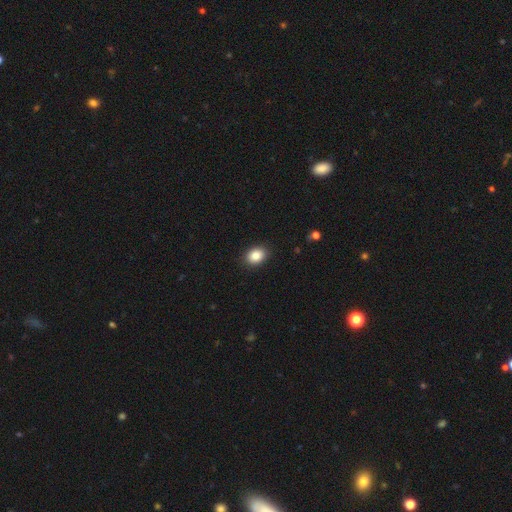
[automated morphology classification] Smooth or featured? smooth (86%)
How rounded? in between (65%)
Merging? none (90%)